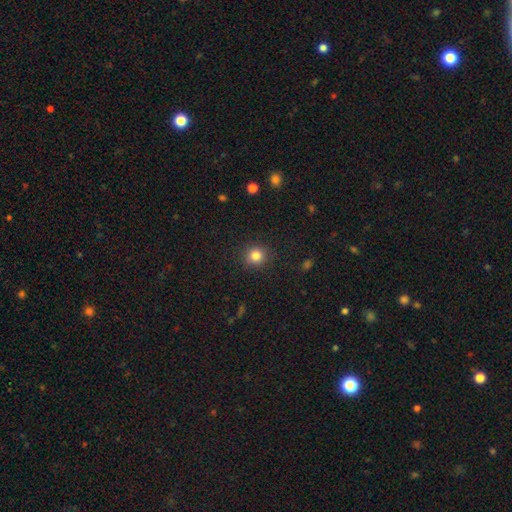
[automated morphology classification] Smooth or featured? Predicted: smooth (p=0.83). How rounded? Predicted: round (p=0.91). Merging? Predicted: none (p=0.90).